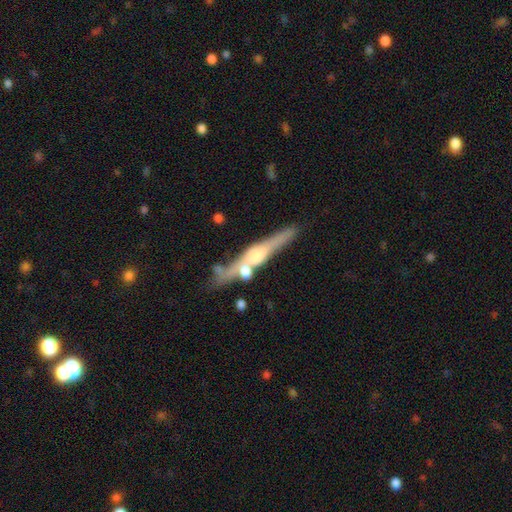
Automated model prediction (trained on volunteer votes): featured or disk 74%, smooth 19%, star or artifact 7%. Down the decision tree: edge-on disk — yes (95%); edge-on bulge — rounded (84%); merging — none (71%).